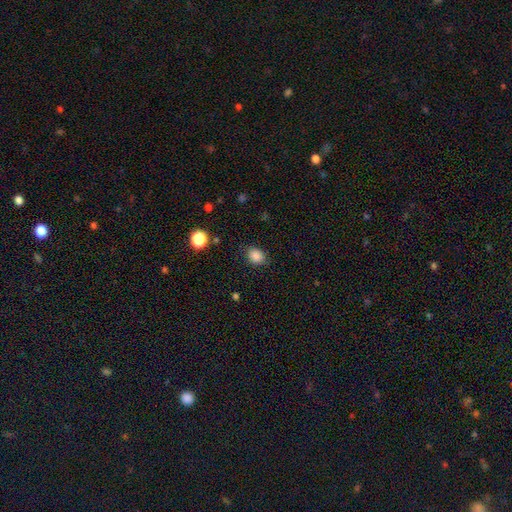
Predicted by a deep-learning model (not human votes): This is clearly a smooth galaxy (86%). How rounded: possibly in between (51%). Merging: clearly none (81%).